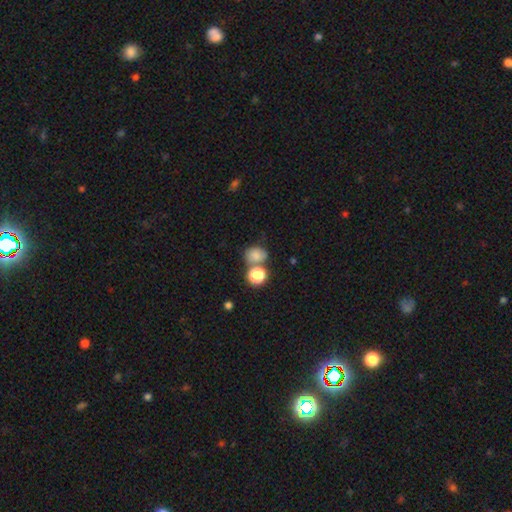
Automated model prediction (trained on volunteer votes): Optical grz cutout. It shows a smooth galaxy with no disk features (77%) that is round (63%). Merging: none (50%).